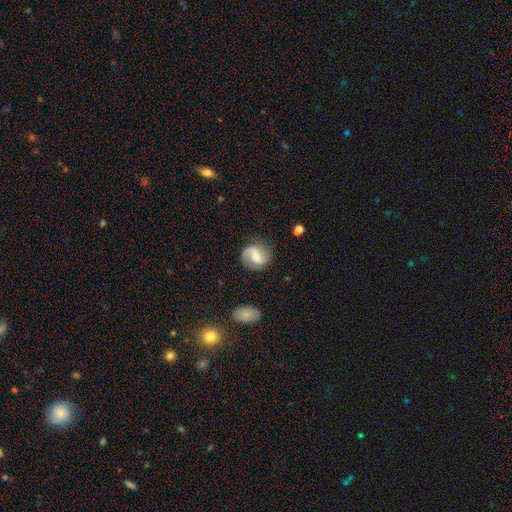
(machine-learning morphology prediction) This appears to be a featured or disk galaxy (68%) with a weak bar (49%), 2 (84%) loose (47%) spiral arms (92%) and a small central bulge (45%). Merging: none (78%).